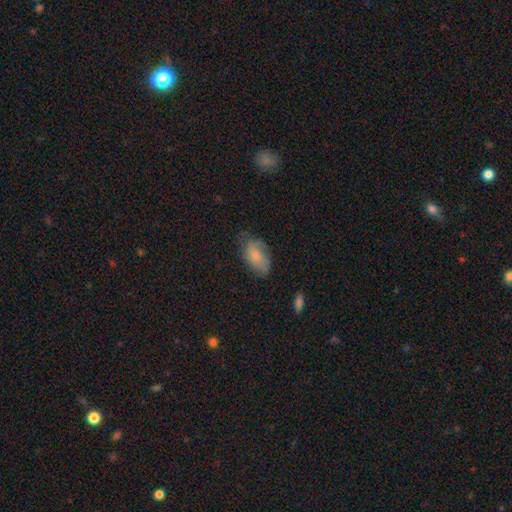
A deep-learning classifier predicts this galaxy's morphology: This is likely a smooth galaxy (70%). How rounded: clearly in between (92%). Merging: possibly none (56%).